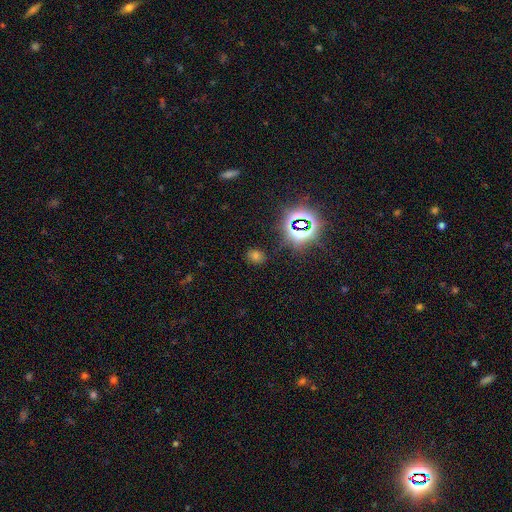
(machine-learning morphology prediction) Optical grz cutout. It shows a smooth galaxy with no disk features (47%). Merging: none (82%).